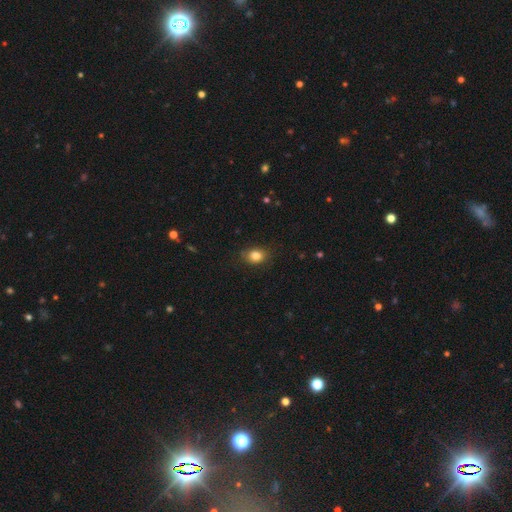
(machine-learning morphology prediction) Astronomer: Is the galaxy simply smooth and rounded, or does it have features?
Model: smooth — 84%.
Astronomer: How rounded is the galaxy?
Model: in between — 64%.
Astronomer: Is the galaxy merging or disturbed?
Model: none — 79%.